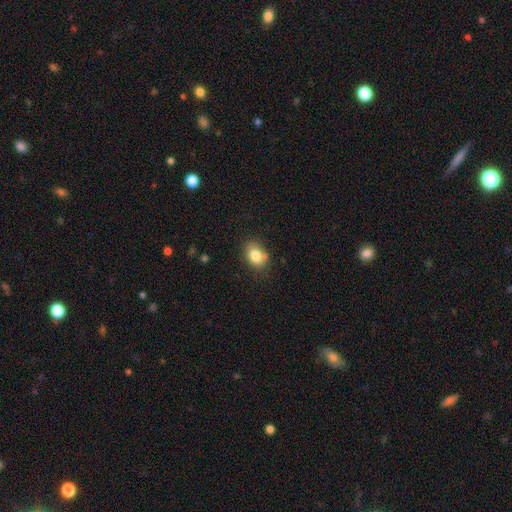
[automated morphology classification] Smooth or featured: smooth — 82% (featured or disk — 9%)
How rounded: in between — 68% (round — 31%)
Merging: none — 70% (minor disturbance — 19%)